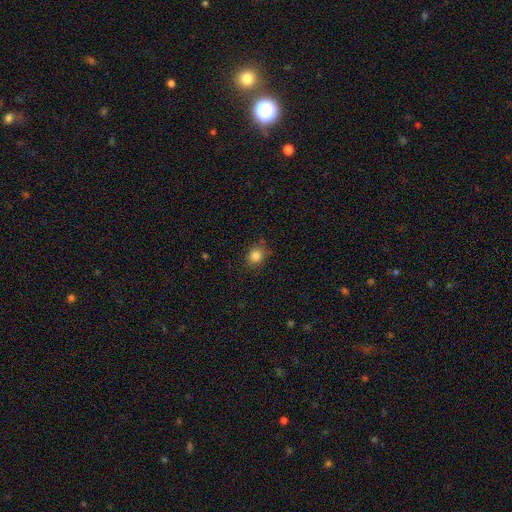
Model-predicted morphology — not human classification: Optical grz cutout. It shows a smooth galaxy with no disk features (84%) that is round (65%). Merging: none (81%).